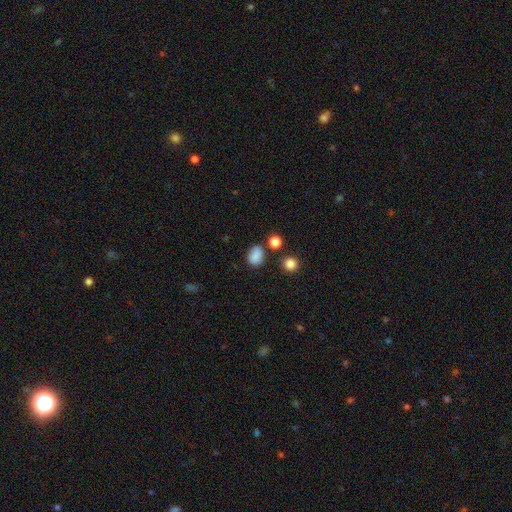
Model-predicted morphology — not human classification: smooth-or-featured: smooth: 83% | star or artifact: 11% | featured or disk: 6%
  how-rounded: in between: 60% | round: 38% | cigar-shaped: 1%
  merging: none: 70% | minor disturbance: 18% | merger: 7% | major disturbance: 5%